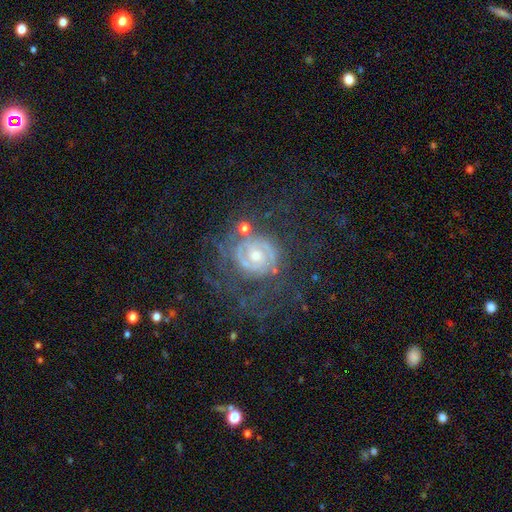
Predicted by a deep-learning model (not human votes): smooth-or-featured: featured or disk: 83% | star or artifact: 9% | smooth: 8%
  disk-edge-on: no: 97% | yes: 3%
    bar: no: 66% | weak: 27% | strong: 7%
    has-spiral-arms: yes: 93% | no: 7%
      spiral-winding: tight: 69% | medium: 23% | loose: 7%
      spiral-arm-count: 2: 44% | can't tell: 30% | 3: 11% | 1: 6% | 4: 5% | more than 4: 5%
    bulge-size: moderate: 54% | small: 39% | large: 4% | none: 2% | dominant: 1%
  merging: none: 60% | major disturbance: 19% | minor disturbance: 17% | merger: 4%